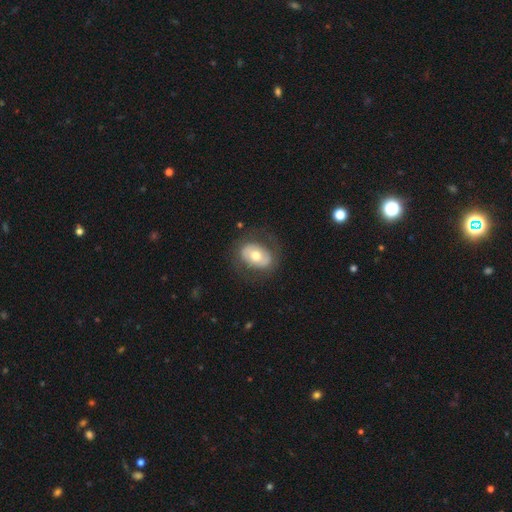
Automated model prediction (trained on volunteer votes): Smooth or featured? Predicted: smooth (p=0.51). How rounded? Predicted: in between (p=0.73). Merging? Predicted: none (p=0.77).